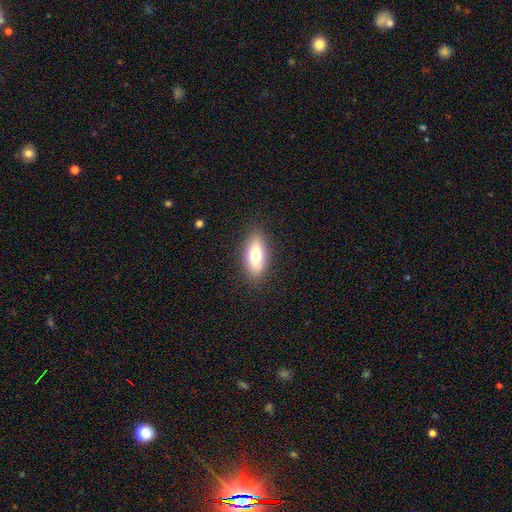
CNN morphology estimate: This appears to be a smooth galaxy with no disk features (72%) that is in between round and cigar-shaped (77%). Merging: none (86%).